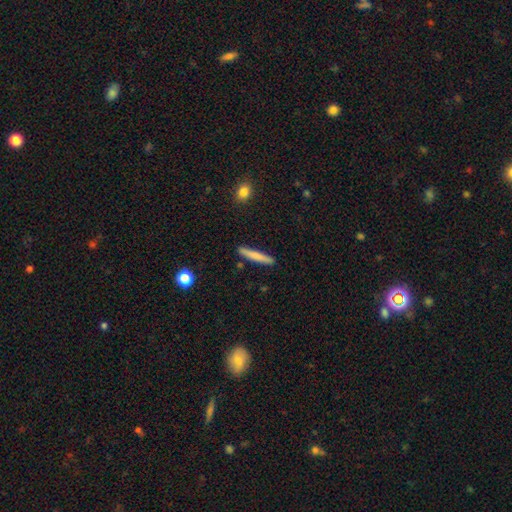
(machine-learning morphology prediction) This is likely a smooth galaxy (73%). How rounded: clearly cigar-shaped (94%). Merging: clearly none (89%).